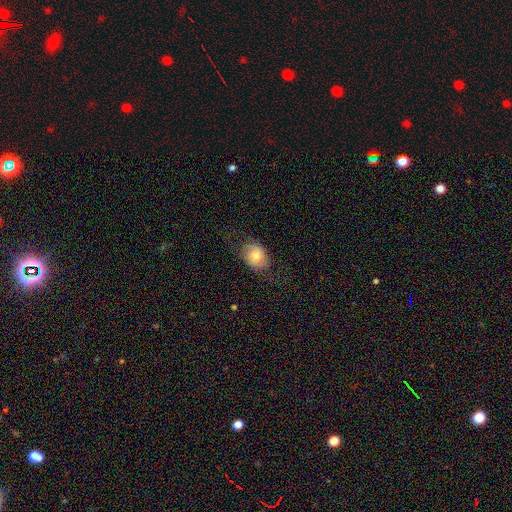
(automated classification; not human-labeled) Smooth or featured: smooth — 68% (featured or disk — 24%)
How rounded: in between — 61% (round — 38%)
Merging: none — 62% (minor disturbance — 23%)